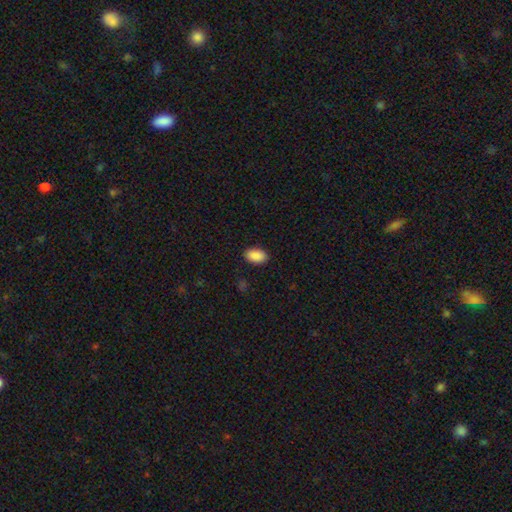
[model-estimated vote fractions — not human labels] smooth-or-featured: smooth: 90% | star or artifact: 7% | featured or disk: 4%
  how-rounded: in between: 94% | round: 5% | cigar-shaped: 2%
  merging: none: 89% | minor disturbance: 8% | major disturbance: 2% | merger: 1%